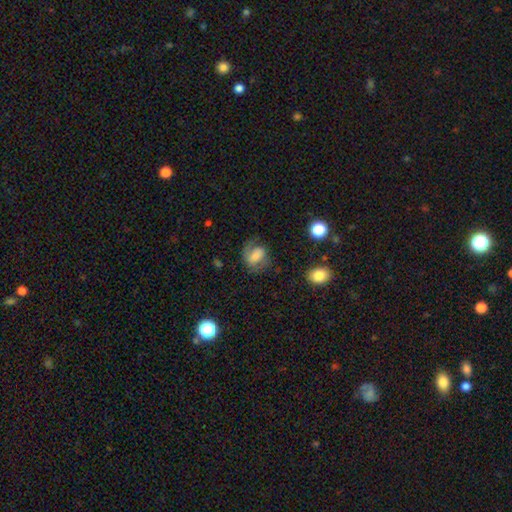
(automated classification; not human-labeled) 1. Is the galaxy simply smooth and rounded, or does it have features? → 49% featured or disk, 41% smooth, 9% star or artifact.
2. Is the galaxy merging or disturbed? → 58% none, 21% minor disturbance, 20% major disturbance, 2% merger.